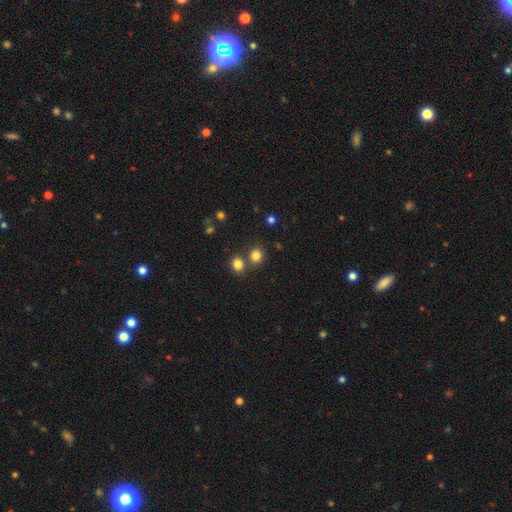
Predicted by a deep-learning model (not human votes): This is clearly a smooth galaxy (82%). How rounded: likely round (79%). Merging: likely none (66%).